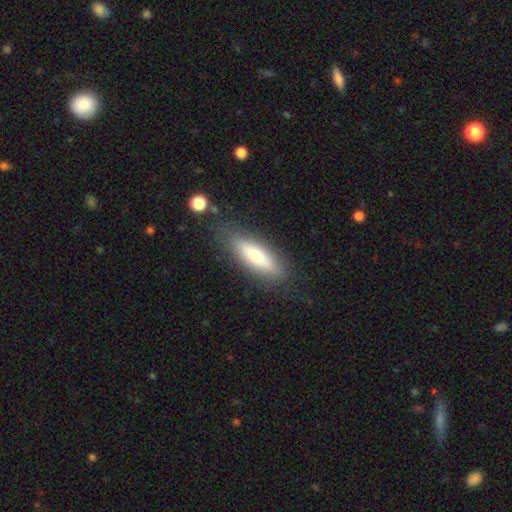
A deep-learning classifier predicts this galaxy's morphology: This appears to be a smooth galaxy with no disk features (63%) that is cigar-shaped (50%). Merging: none (80%).